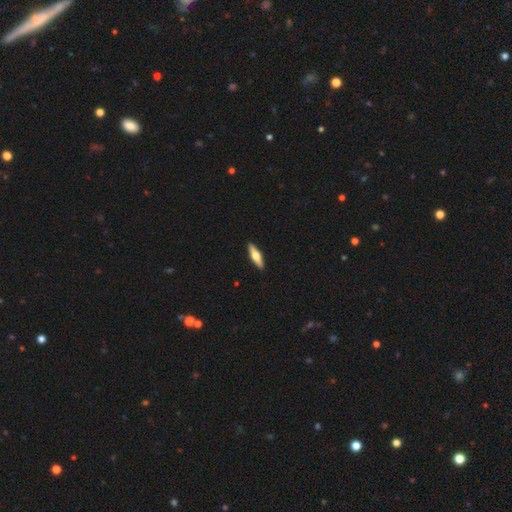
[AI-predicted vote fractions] smooth_or_featured: featured or disk (p=0.50) [alt: smooth p=0.45]
merging: none (p=0.92) [alt: minor disturbance p=0.06]